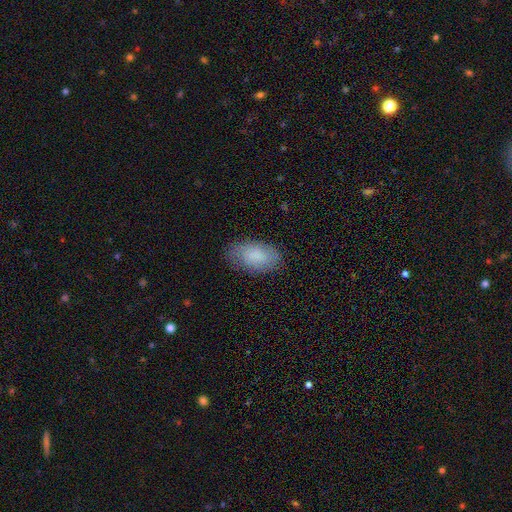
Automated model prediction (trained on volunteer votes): smooth-or-featured: smooth: 80% | featured or disk: 14% | star or artifact: 7%
  how-rounded: in between: 93% | round: 5% | cigar-shaped: 2%
  merging: none: 77% | minor disturbance: 18% | major disturbance: 4% | merger: 1%